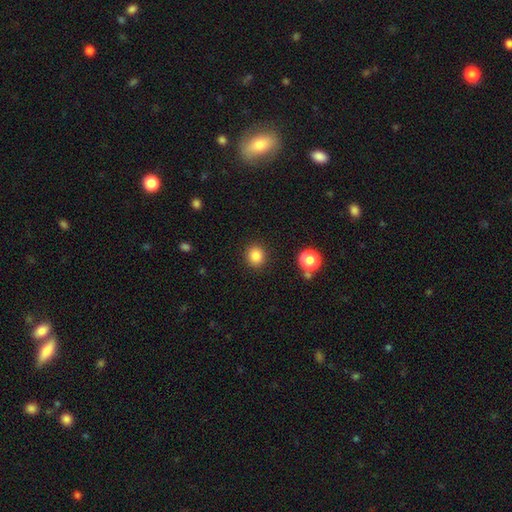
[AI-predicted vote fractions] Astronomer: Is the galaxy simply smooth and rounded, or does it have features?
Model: smooth — 85%.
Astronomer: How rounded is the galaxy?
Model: round — 85%.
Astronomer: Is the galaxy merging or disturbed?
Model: none — 90%.